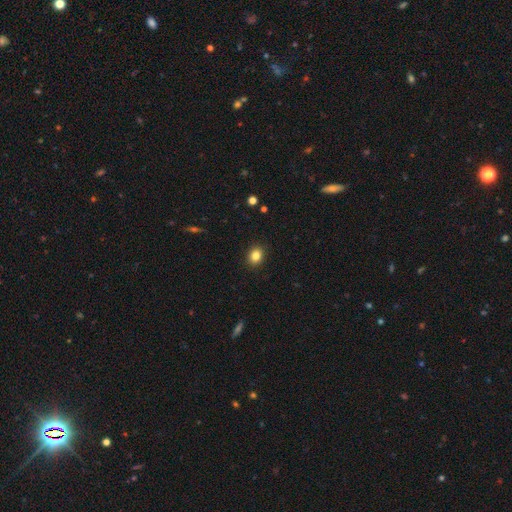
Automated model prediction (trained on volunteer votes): Smooth or featured? Predicted: smooth (p=0.84). How rounded? Predicted: round (p=0.58). Merging? Predicted: none (p=0.91).